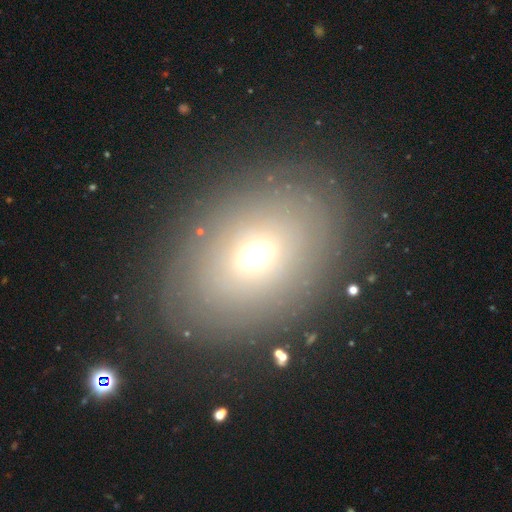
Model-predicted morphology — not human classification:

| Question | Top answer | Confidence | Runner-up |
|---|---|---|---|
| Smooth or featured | smooth | 48% | featured or disk (38%) |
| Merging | none | 82% | minor disturbance (11%) |